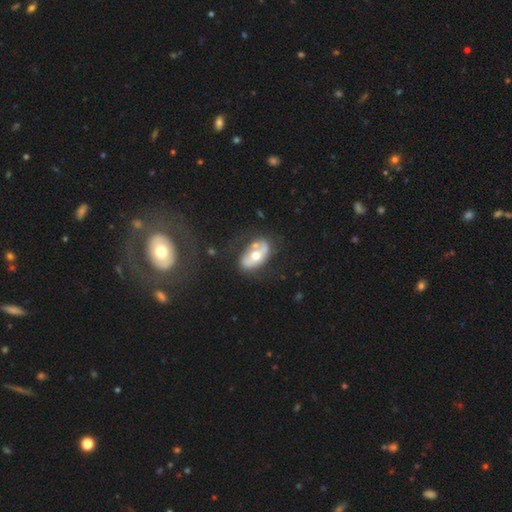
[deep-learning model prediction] featured or disk 57%, smooth 37%, star or artifact 6%. Down the decision tree: edge-on disk — no (90%); bar — no (67%); spiral arms — no (64%); bulge size — moderate (75%); merging — none (58%).